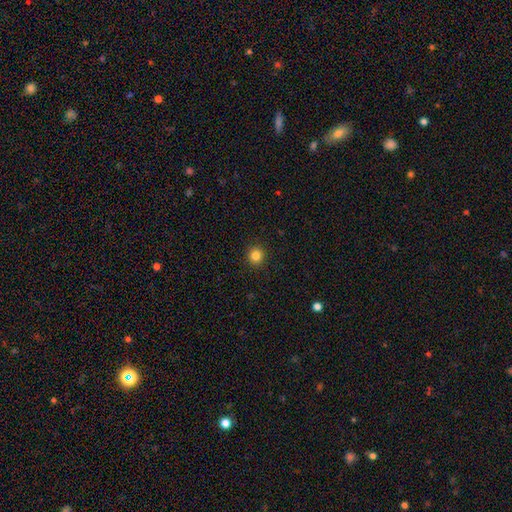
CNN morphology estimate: smooth-or-featured: smooth: 84% | star or artifact: 12% | featured or disk: 4%
  how-rounded: round: 94% | in between: 6% | cigar-shaped: 1%
  merging: none: 93% | minor disturbance: 5% | major disturbance: 2% | merger: 1%